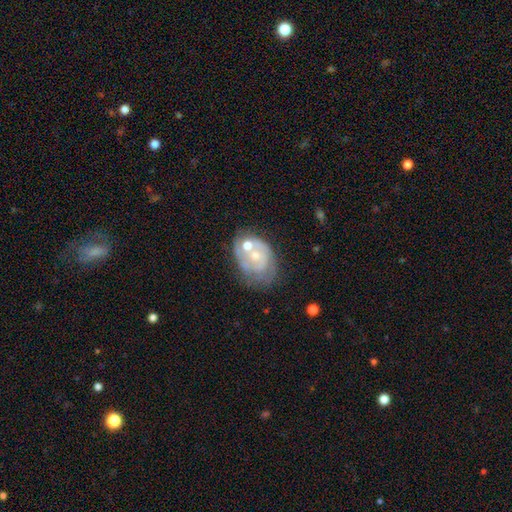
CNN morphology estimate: Overall: featured or disk (69%). Edge-on disk: no (97%). Bar: no (80%). Spiral arms: yes (62%; no 38%). Bulge size: small (47%; moderate 43%). Merging: none (34%; merger 27%).